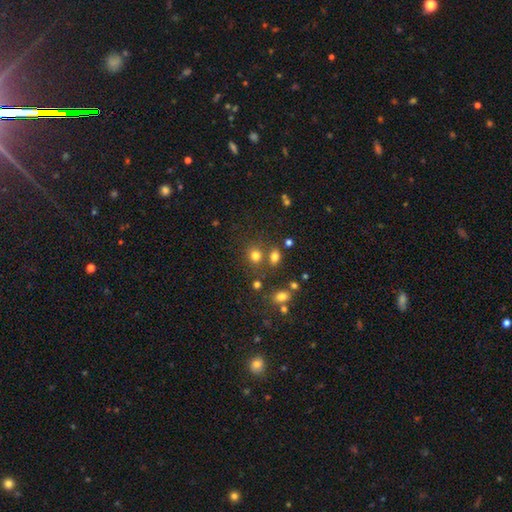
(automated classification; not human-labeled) A smooth galaxy with no disk features (75%) that is round (74%). Merging: none (64%).